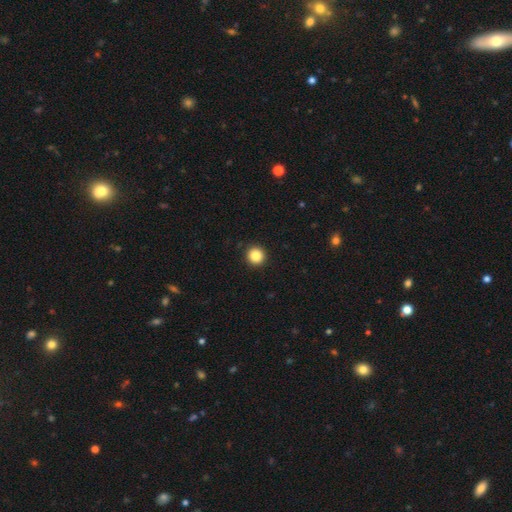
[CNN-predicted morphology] A smooth galaxy with no disk features (86%) that is round (95%).

Vote fractions:
- Smooth or featured? smooth: 86% / star or artifact: 10% / featured or disk: 4%
- How rounded? round: 95% / in between: 4% / cigar-shaped: 1%
- Merging? none: 93% / minor disturbance: 5% / major disturbance: 2% / merger: 1%